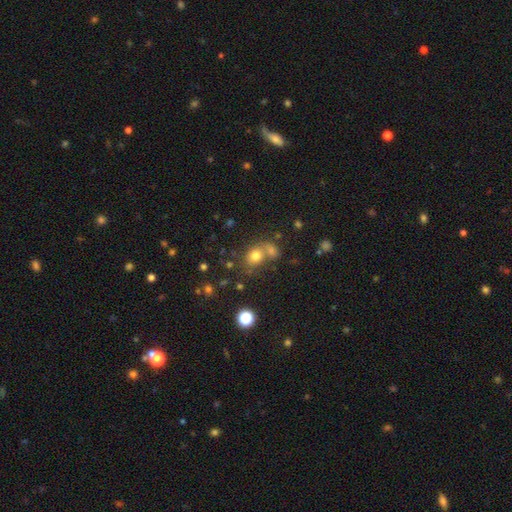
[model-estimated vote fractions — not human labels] The model was most divided on "how rounded": round: 53%, in between: 45%, cigar-shaped: 1%. Remaining: smooth or featured — smooth (75%); merging — none (46%).